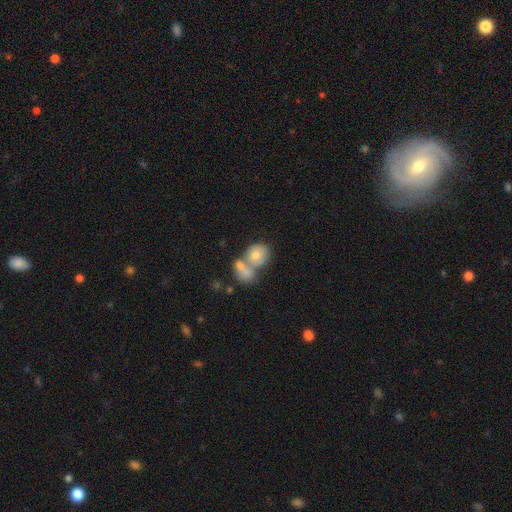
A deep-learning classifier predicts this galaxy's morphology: This is likely a smooth galaxy (66%). How rounded: possibly round (60%). Merging: possibly merger (59%).